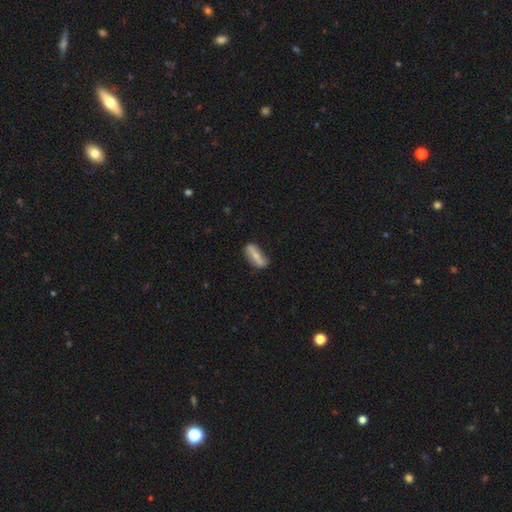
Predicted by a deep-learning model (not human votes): featured or disk 51%, smooth 43%, star or artifact 7%. Down the decision tree: edge-on disk — no (68%); merging — none (73%).